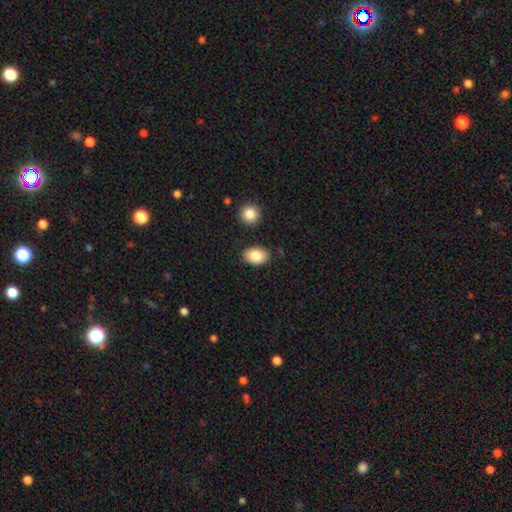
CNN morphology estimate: Q: Smooth or featured?
A: smooth (84%); runner-up: featured or disk (9%)
Q: How rounded?
A: in between (83%); runner-up: round (16%)
Q: Merging?
A: none (83%); runner-up: minor disturbance (11%)